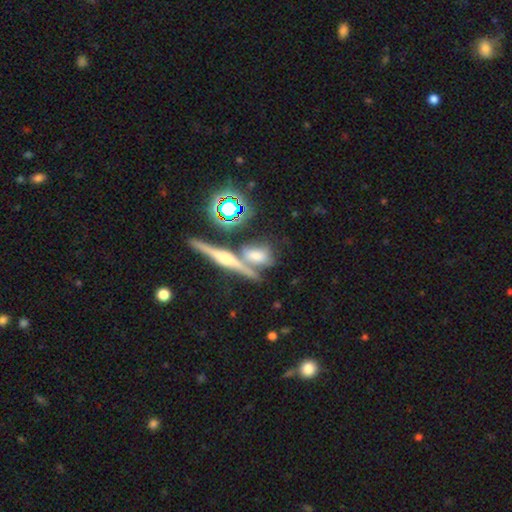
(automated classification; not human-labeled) Q: Smooth or featured?
A: smooth (49%); runner-up: featured or disk (34%)
Q: Merging?
A: none (52%); runner-up: merger (31%)